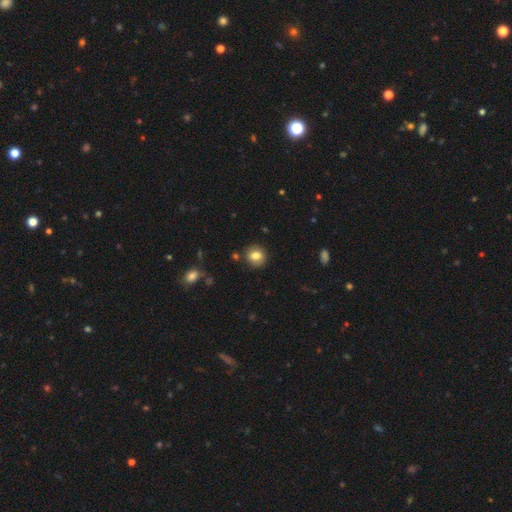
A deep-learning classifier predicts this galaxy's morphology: The model was most divided on "how rounded": round: 79%, in between: 20%, cigar-shaped: 1%. More confident: merging — none (87%); smooth or featured — smooth (81%).